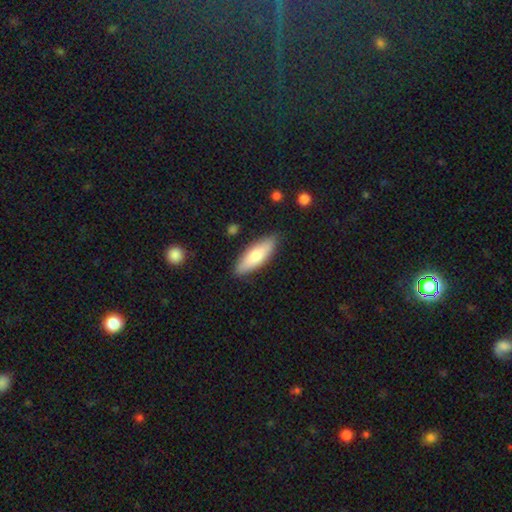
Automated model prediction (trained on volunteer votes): A smooth galaxy with no disk features (72%) that is in between round and cigar-shaped (57%). Merging: none (86%).